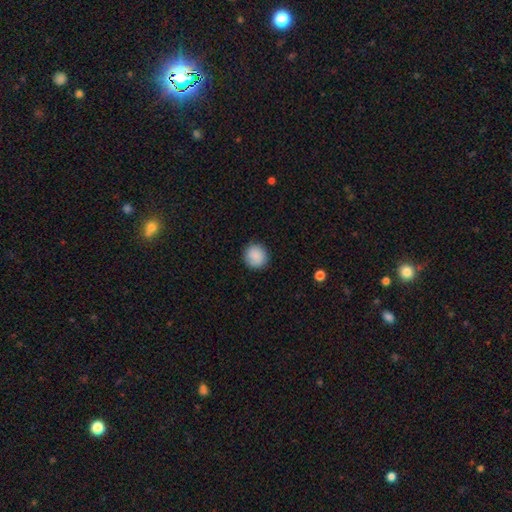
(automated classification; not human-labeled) The model was most divided on "smooth or featured": smooth: 89%, star or artifact: 7%, featured or disk: 4%. More confident: how rounded — round (91%); merging — none (90%).